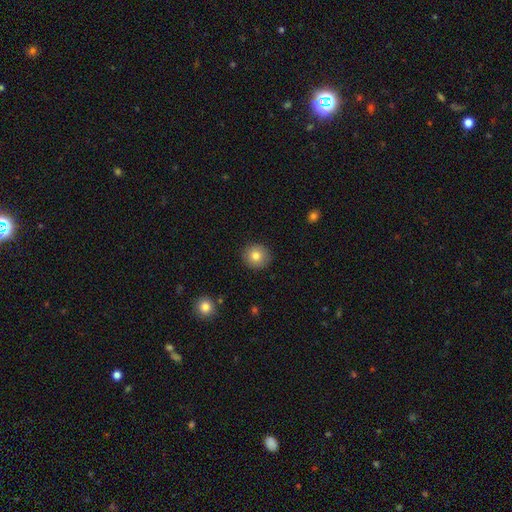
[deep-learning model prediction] The model was most divided on "smooth or featured": smooth: 81%, featured or disk: 9%, star or artifact: 9%. More confident: how rounded — round (91%); merging — none (90%).